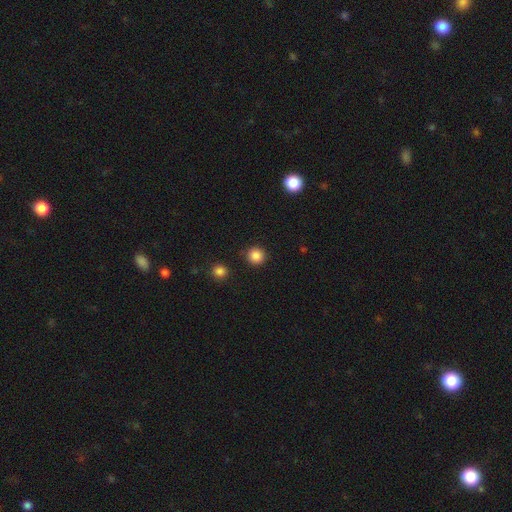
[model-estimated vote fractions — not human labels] Smooth or featured? smooth (86%)
How rounded? round (94%)
Merging? none (90%)